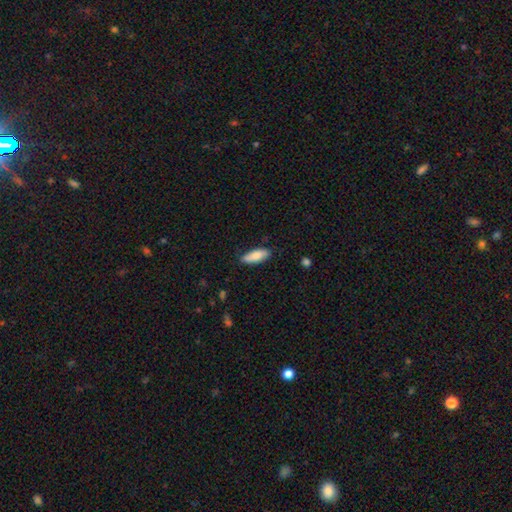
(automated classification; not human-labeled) Q: Smooth or featured?
A: smooth (82%); runner-up: featured or disk (12%)
Q: How rounded?
A: in between (64%); runner-up: cigar-shaped (35%)
Q: Merging?
A: none (83%); runner-up: minor disturbance (14%)